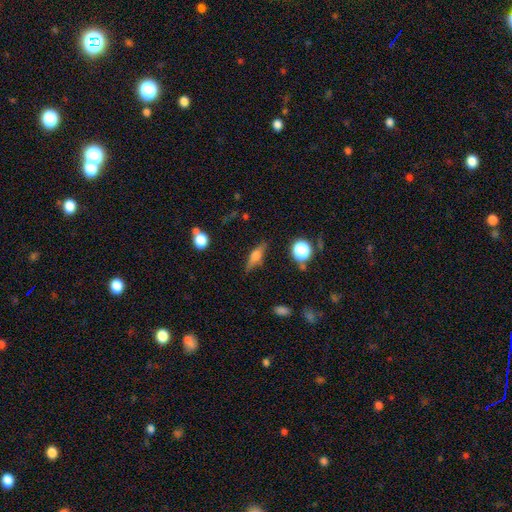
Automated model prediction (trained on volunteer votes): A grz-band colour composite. It shows a featured or disk galaxy (50%). Merging: none (82%).